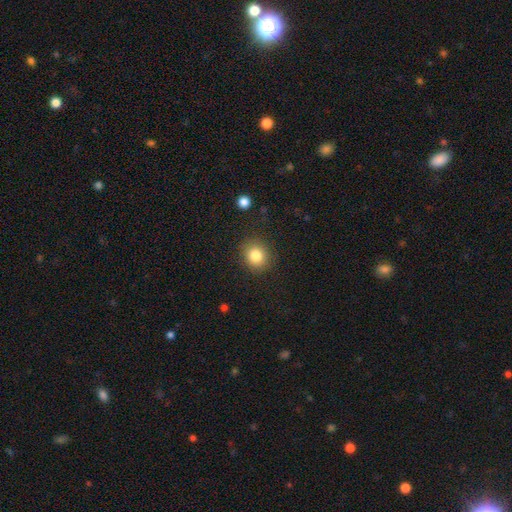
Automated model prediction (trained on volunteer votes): smooth 83%, star or artifact 11%, featured or disk 7%. Down the decision tree: how rounded — round (80%); merging — none (86%).